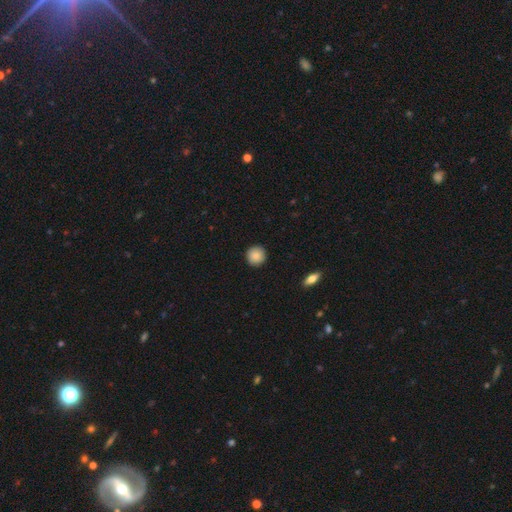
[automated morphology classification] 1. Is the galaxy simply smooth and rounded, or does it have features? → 88% smooth, 7% star or artifact, 5% featured or disk.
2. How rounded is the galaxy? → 94% round, 5% in between, 1% cigar-shaped.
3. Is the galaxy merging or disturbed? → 92% none, 6% minor disturbance, 2% major disturbance, 1% merger.